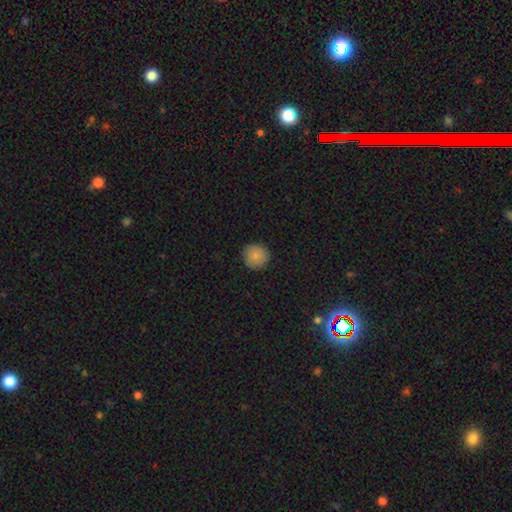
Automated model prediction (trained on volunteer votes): The model was most divided on "smooth or featured": smooth: 86%, star or artifact: 8%, featured or disk: 6%. More confident: how rounded — round (94%); merging — none (89%).